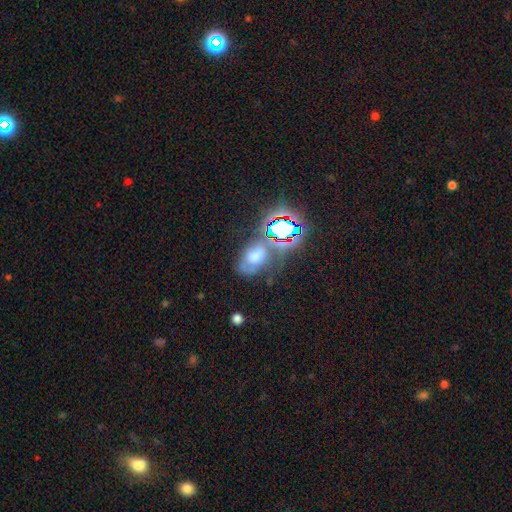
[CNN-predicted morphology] type=smooth (38%); merging=none (47%).